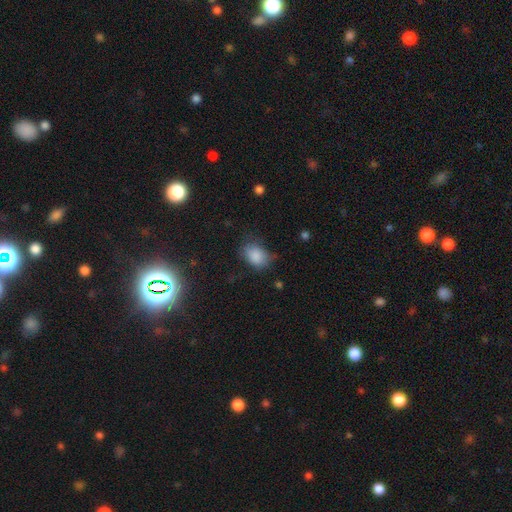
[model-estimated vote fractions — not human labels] Smooth or featured: smooth — 84% (star or artifact — 9%)
How rounded: in between — 74% (round — 25%)
Merging: none — 58% (minor disturbance — 30%)